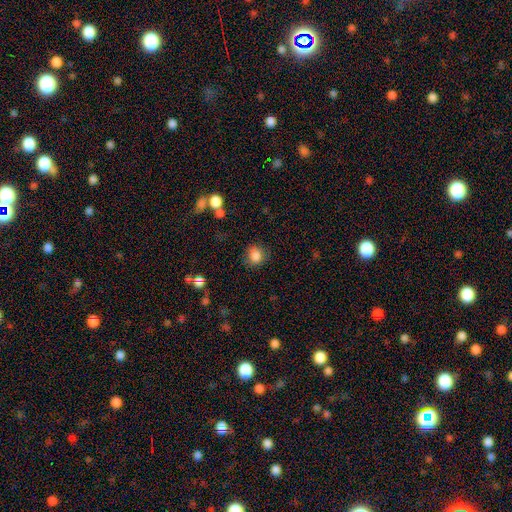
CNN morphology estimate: smooth 85%, star or artifact 10%, featured or disk 5%. Down the decision tree: how rounded — round (70%); merging — none (80%).